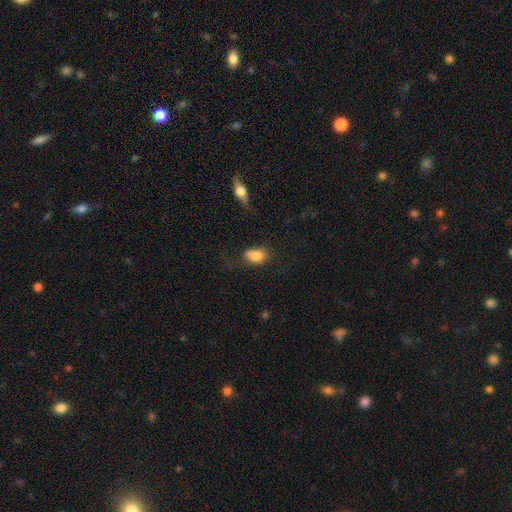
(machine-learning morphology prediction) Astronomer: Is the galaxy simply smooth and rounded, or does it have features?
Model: smooth — 79%.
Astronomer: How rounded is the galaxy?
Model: in between — 77%.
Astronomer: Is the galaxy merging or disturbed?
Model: none — 52%.